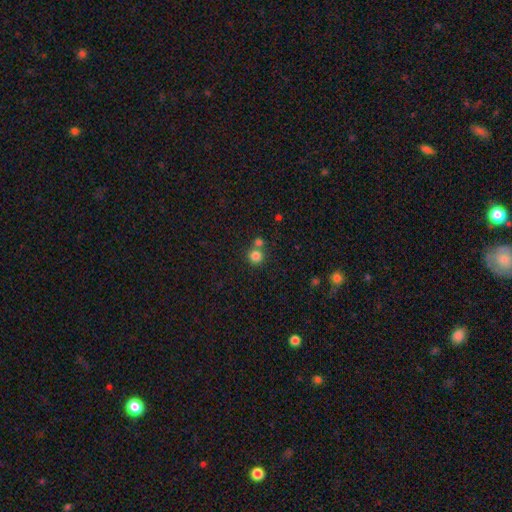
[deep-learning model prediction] smooth_or_featured: smooth (p=0.81) [alt: star or artifact p=0.13]
how_rounded: round (p=0.90) [alt: in between p=0.09]
merging: none (p=0.59) [alt: merger p=0.32]